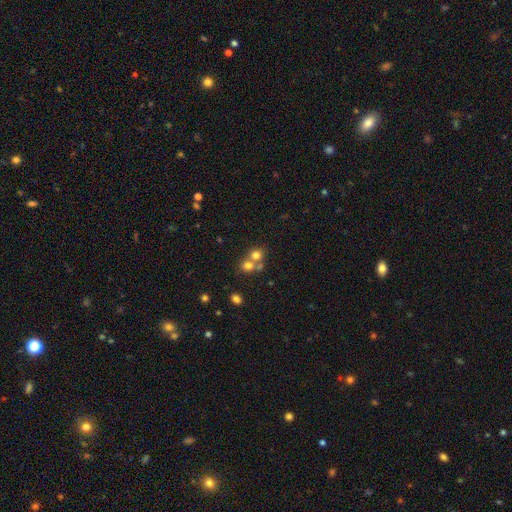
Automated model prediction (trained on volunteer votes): smooth_or_featured: smooth (p=0.71) [alt: star or artifact p=0.15]
how_rounded: round (p=0.81) [alt: in between p=0.18]
merging: merger (p=0.54) [alt: none p=0.38]